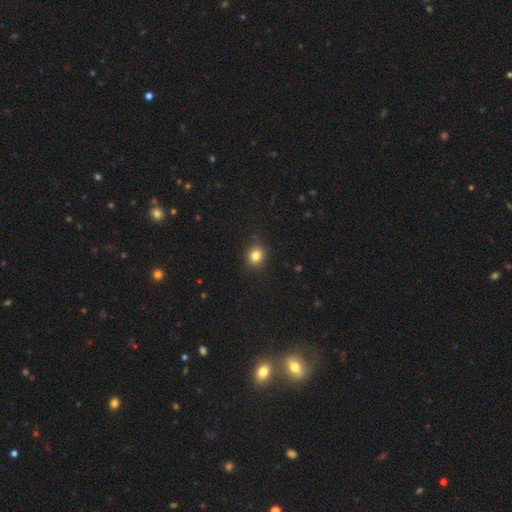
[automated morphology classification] smooth-or-featured: smooth: 83% | star or artifact: 12% | featured or disk: 6%
  how-rounded: round: 73% | in between: 27% | cigar-shaped: 1%
  merging: none: 89% | minor disturbance: 8% | major disturbance: 2% | merger: 1%